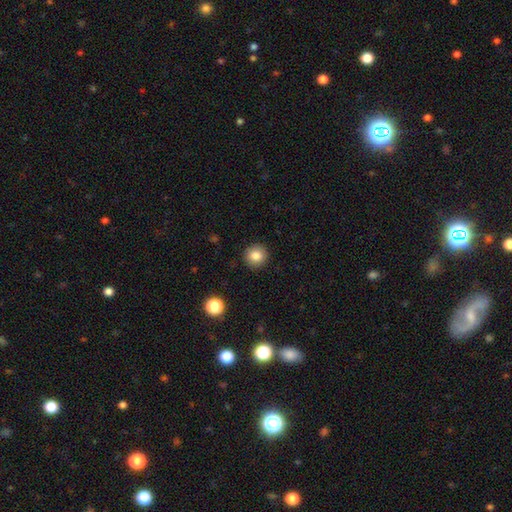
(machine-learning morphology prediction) smooth 83%, star or artifact 10%, featured or disk 7%. Down the decision tree: how rounded — round (93%); merging — none (92%).